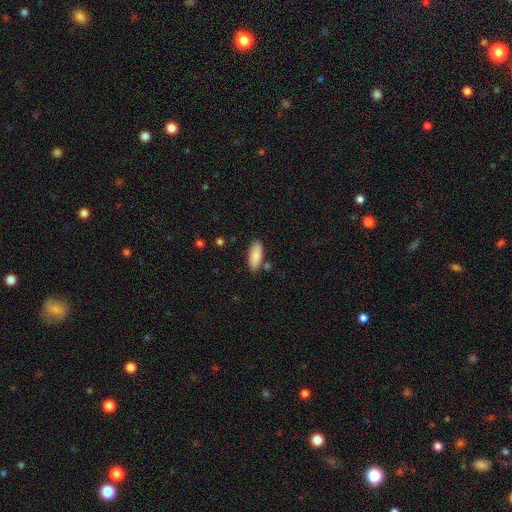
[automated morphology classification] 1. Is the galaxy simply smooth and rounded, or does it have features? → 87% smooth, 7% featured or disk, 6% star or artifact.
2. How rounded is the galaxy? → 79% in between, 19% cigar-shaped, 2% round.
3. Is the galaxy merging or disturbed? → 79% none, 13% minor disturbance, 5% merger, 3% major disturbance.